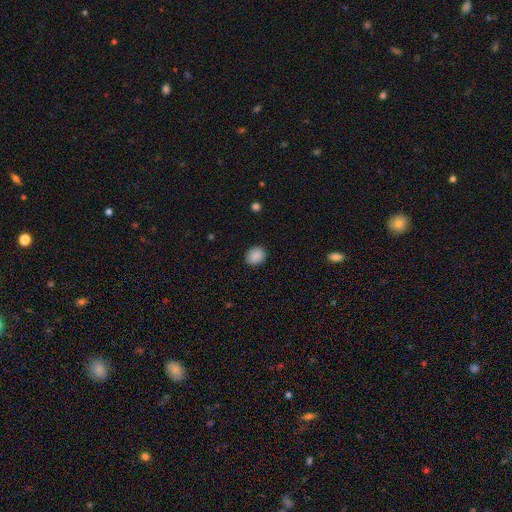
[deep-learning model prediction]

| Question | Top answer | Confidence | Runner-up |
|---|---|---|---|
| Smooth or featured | smooth | 89% | star or artifact (8%) |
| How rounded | round | 60% | in between (39%) |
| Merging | none | 89% | minor disturbance (8%) |